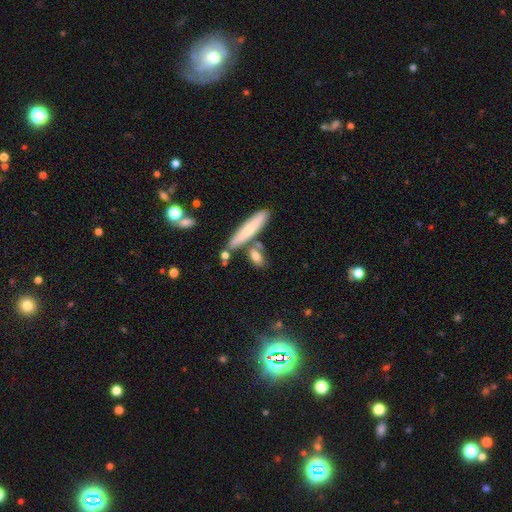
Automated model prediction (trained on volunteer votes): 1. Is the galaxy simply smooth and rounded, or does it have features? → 74% smooth, 18% featured or disk, 8% star or artifact.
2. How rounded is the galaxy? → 46% in between, 45% cigar-shaped, 9% round.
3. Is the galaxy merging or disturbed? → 63% none, 19% merger, 13% minor disturbance, 5% major disturbance.